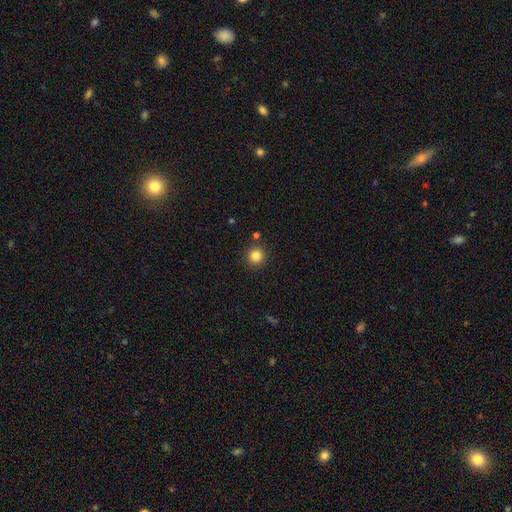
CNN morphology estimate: This appears to be a smooth galaxy with no disk features (84%) that is round (94%). Merging: none (87%).